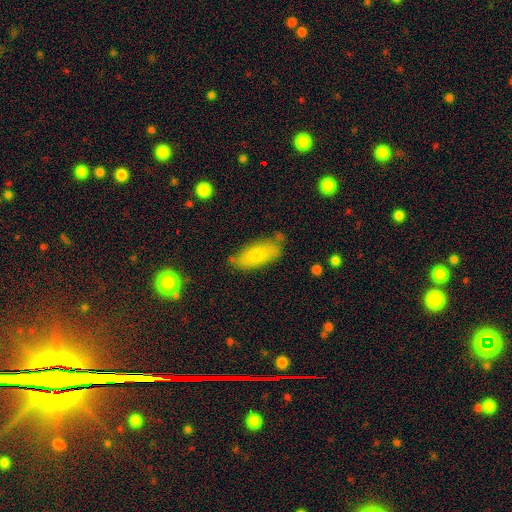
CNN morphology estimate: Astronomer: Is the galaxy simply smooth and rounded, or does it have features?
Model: smooth — 74%.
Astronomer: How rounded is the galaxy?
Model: in between — 79%.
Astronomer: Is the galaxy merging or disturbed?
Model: none — 71%.